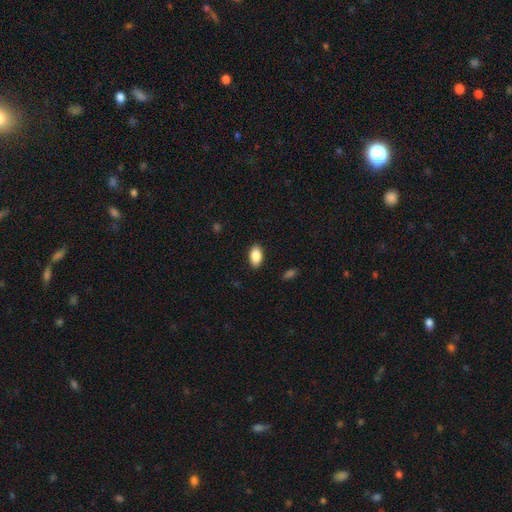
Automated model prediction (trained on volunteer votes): Q: Smooth or featured?
A: smooth (88%); runner-up: star or artifact (7%)
Q: How rounded?
A: in between (93%); runner-up: round (4%)
Q: Merging?
A: none (89%); runner-up: minor disturbance (8%)